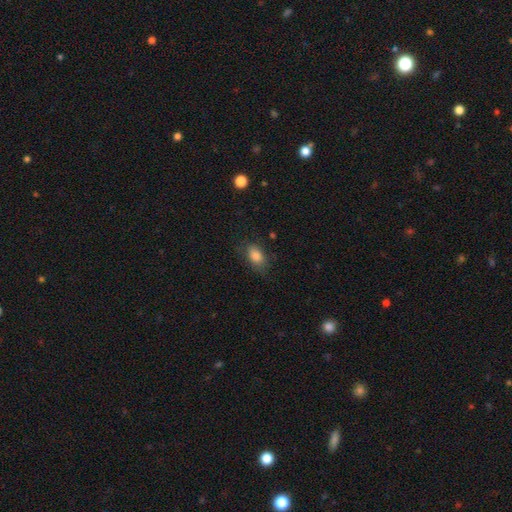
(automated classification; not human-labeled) Smooth or featured?
  - smooth: 83% *
  - featured or disk: 9%
  - star or artifact: 8%
How rounded?
  - in between: 86% *
  - round: 12%
  - cigar-shaped: 2%
Merging?
  - none: 73% *
  - minor disturbance: 19%
  - major disturbance: 7%
  - merger: 1%